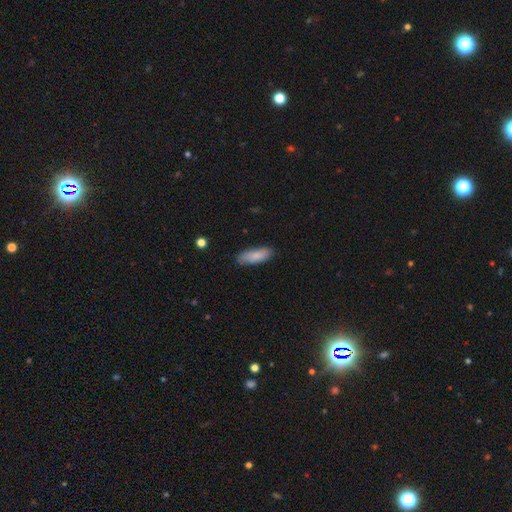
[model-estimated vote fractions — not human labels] Smooth or featured? Predicted: smooth (p=0.85). How rounded? Predicted: in between (p=0.63). Merging? Predicted: none (p=0.81).